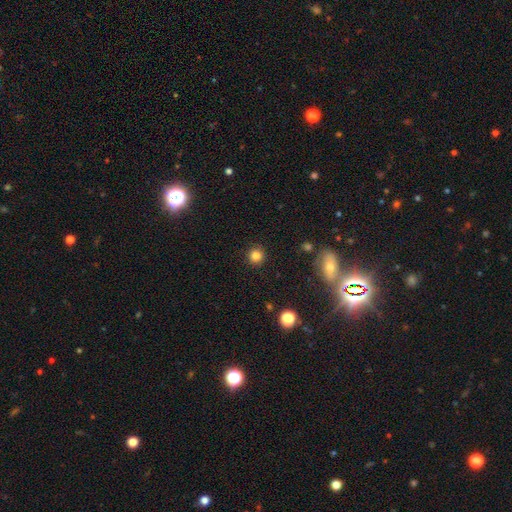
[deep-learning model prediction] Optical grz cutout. It shows a smooth galaxy with no disk features (83%) that is round (93%). Merging: none (90%).